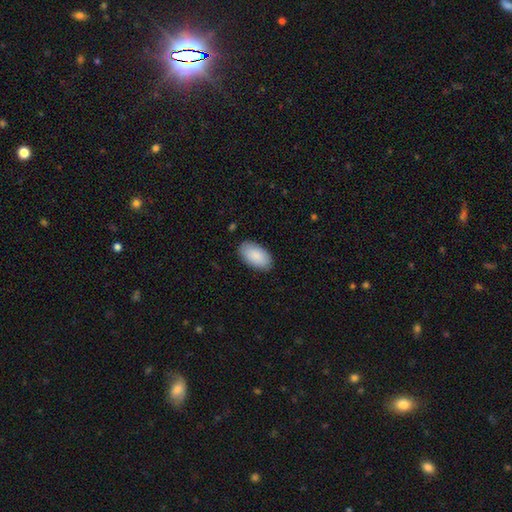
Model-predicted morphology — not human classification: Smooth or featured: smooth — 89% (featured or disk — 5%)
How rounded: in between — 96% (round — 2%)
Merging: none — 86% (minor disturbance — 11%)